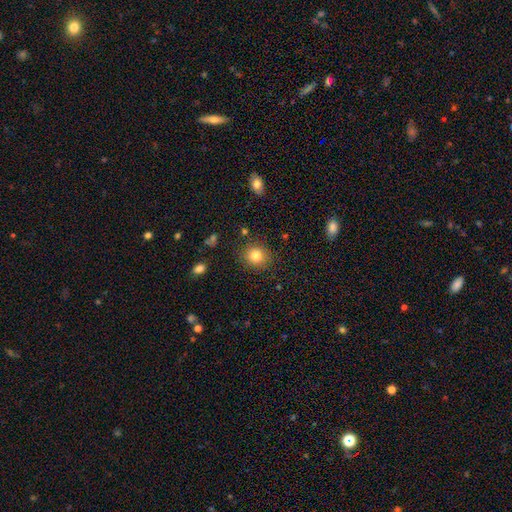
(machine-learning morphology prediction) Smooth or featured? Predicted: smooth (p=0.82). How rounded? Predicted: round (p=0.85). Merging? Predicted: none (p=0.87).